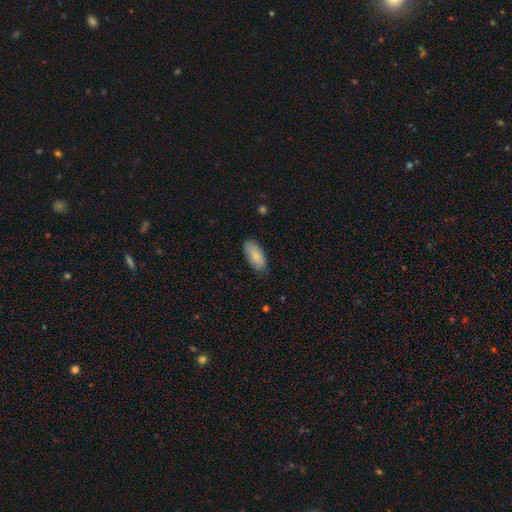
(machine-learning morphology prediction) smooth_or_featured: smooth (p=0.85) [alt: featured or disk p=0.10]
how_rounded: in between (p=0.91) [alt: cigar-shaped p=0.07]
merging: none (p=0.82) [alt: minor disturbance p=0.14]